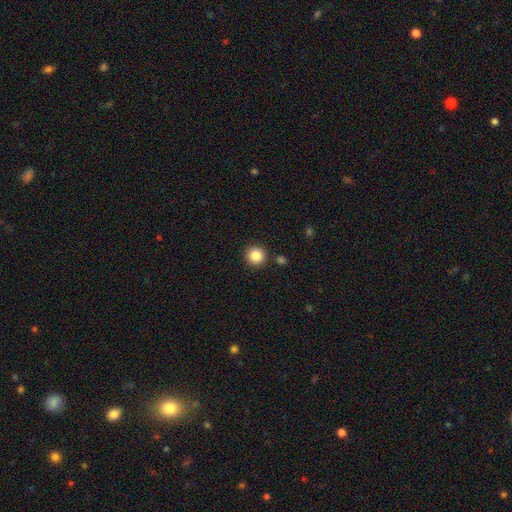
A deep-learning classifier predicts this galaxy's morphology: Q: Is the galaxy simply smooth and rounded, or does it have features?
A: smooth — 85%.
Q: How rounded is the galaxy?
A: round — 94%.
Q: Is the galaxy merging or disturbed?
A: none — 89%.